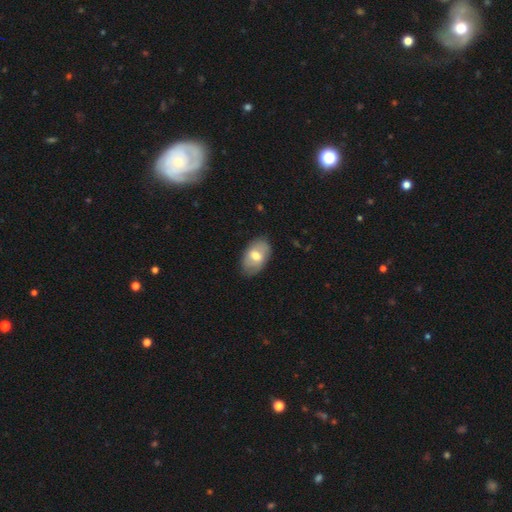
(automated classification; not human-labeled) Smooth or featured?
  - smooth: 61% *
  - featured or disk: 33%
  - star or artifact: 6%
How rounded?
  - in between: 90% *
  - round: 8%
  - cigar-shaped: 1%
Merging?
  - none: 78% *
  - minor disturbance: 17%
  - major disturbance: 4%
  - merger: 1%